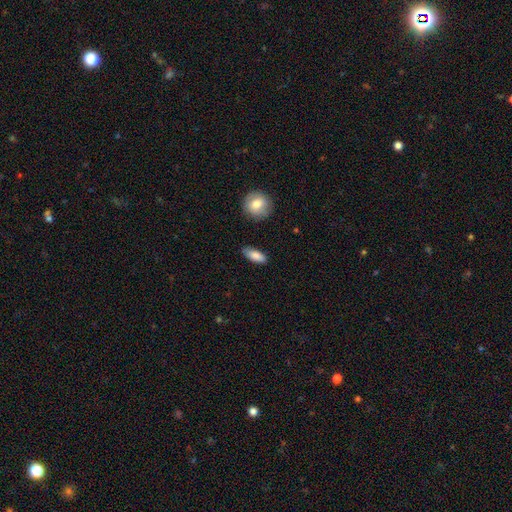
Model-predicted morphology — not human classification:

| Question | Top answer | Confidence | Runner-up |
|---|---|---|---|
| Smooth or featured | smooth | 84% | featured or disk (10%) |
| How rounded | in between | 77% | cigar-shaped (20%) |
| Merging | none | 81% | minor disturbance (15%) |